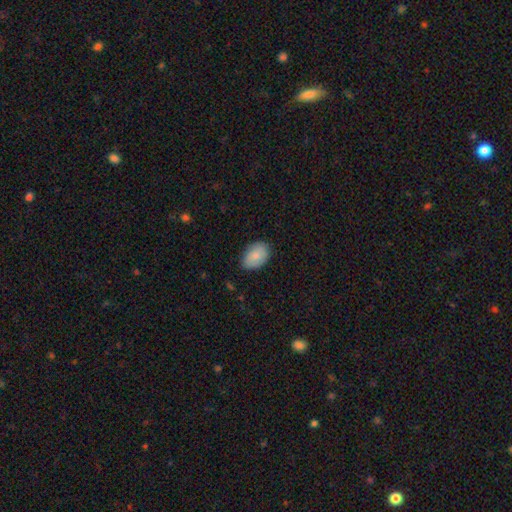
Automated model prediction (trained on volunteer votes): Smooth or featured? smooth (85%)
How rounded? in between (88%)
Merging? none (78%)